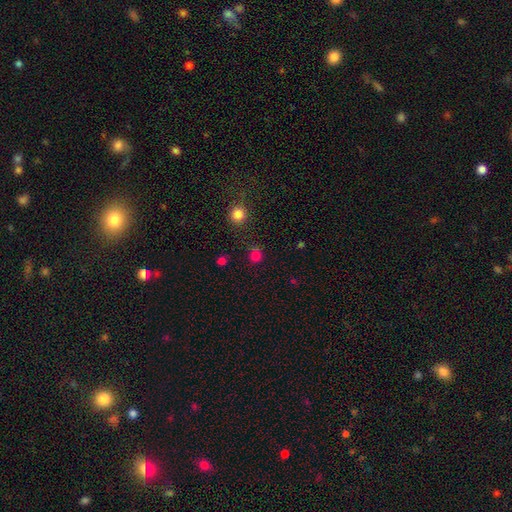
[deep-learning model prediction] Smooth or featured?
  - smooth: 76% *
  - star or artifact: 20%
  - featured or disk: 4%
How rounded?
  - round: 87% *
  - in between: 12%
  - cigar-shaped: 1%
Merging?
  - none: 77% *
  - minor disturbance: 12%
  - merger: 7%
  - major disturbance: 4%